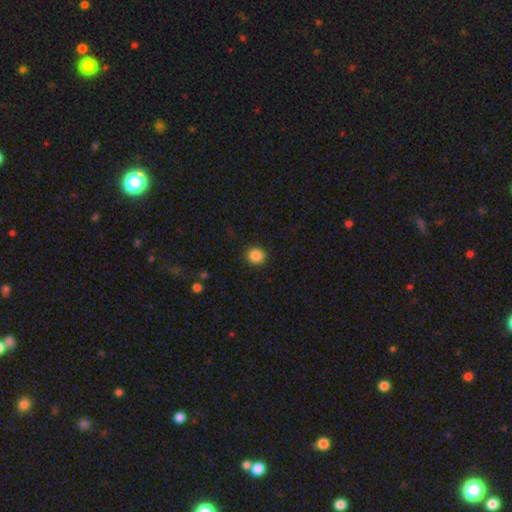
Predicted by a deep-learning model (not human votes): Smooth or featured? smooth (87%)
How rounded? round (89%)
Merging? none (90%)